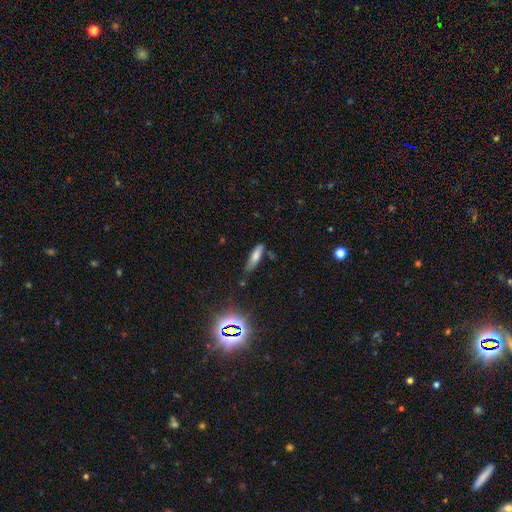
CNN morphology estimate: Smooth or featured? smooth (69%)
How rounded? cigar-shaped (65%)
Merging? none (65%)